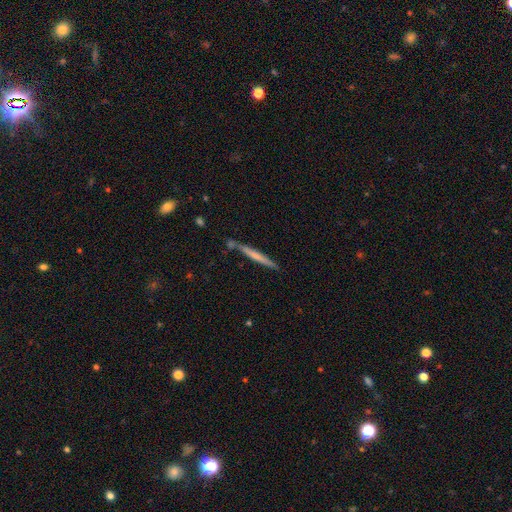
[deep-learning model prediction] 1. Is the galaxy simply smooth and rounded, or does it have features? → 48% smooth, 46% featured or disk, 6% star or artifact.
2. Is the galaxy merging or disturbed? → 77% none, 13% minor disturbance, 8% merger, 3% major disturbance.